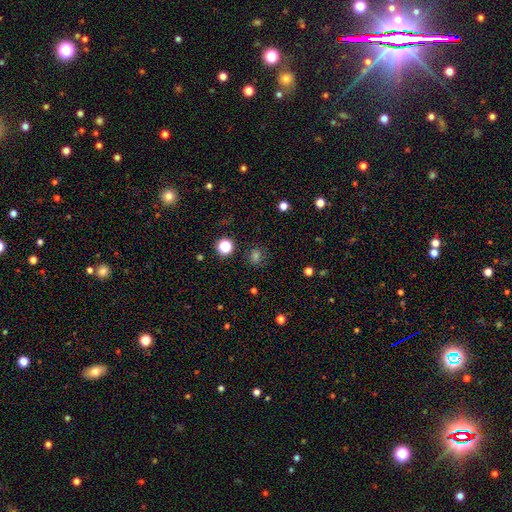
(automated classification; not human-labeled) Smooth or featured? Predicted: smooth (p=0.68). How rounded? Predicted: round (p=0.71). Merging? Predicted: none (p=0.84).